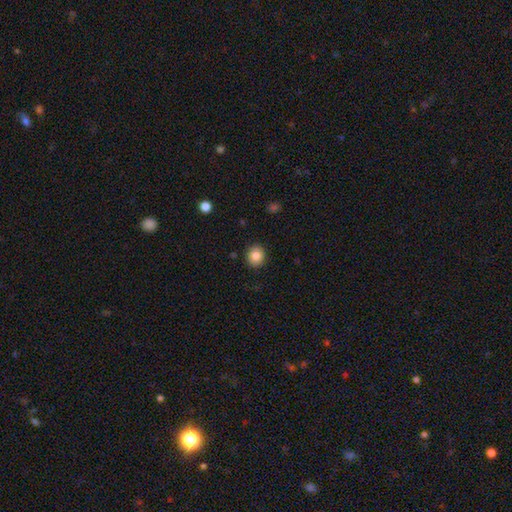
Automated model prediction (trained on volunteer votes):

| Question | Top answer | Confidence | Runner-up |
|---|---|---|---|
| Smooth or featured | smooth | 84% | star or artifact (9%) |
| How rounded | round | 85% | in between (14%) |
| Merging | none | 89% | minor disturbance (8%) |